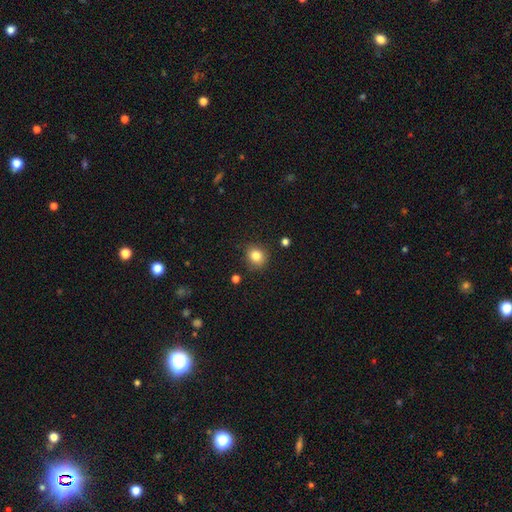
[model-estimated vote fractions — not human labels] smooth 83%, star or artifact 11%, featured or disk 6%. Down the decision tree: how rounded — round (81%); merging — none (84%).